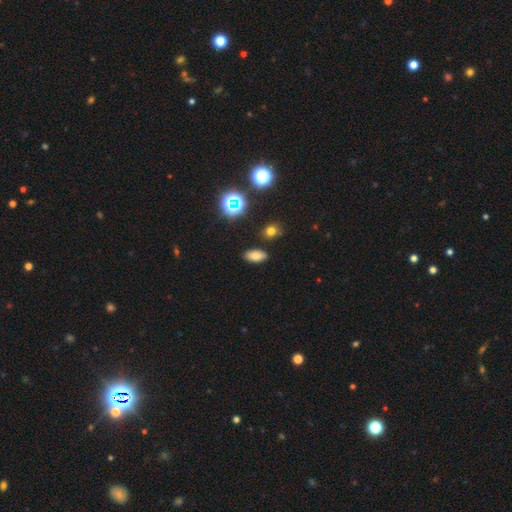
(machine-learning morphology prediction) Q: Smooth or featured?
A: smooth (75%); runner-up: star or artifact (18%)
Q: How rounded?
A: in between (91%); runner-up: round (6%)
Q: Merging?
A: none (87%); runner-up: minor disturbance (8%)